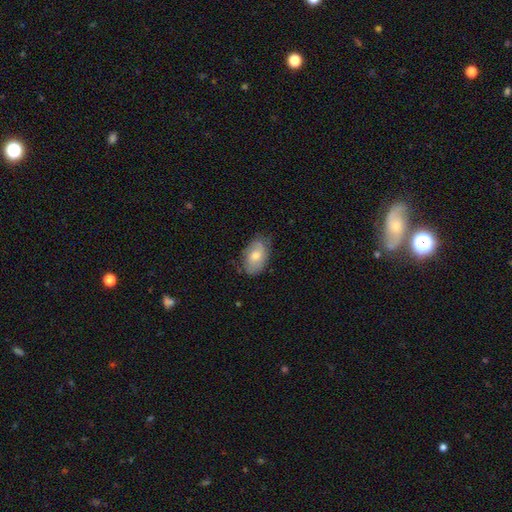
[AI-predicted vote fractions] Smooth or featured?
  - smooth: 60% *
  - featured or disk: 32%
  - star or artifact: 7%
How rounded?
  - in between: 91% *
  - round: 8%
  - cigar-shaped: 2%
Merging?
  - none: 72% *
  - minor disturbance: 22%
  - major disturbance: 4%
  - merger: 1%